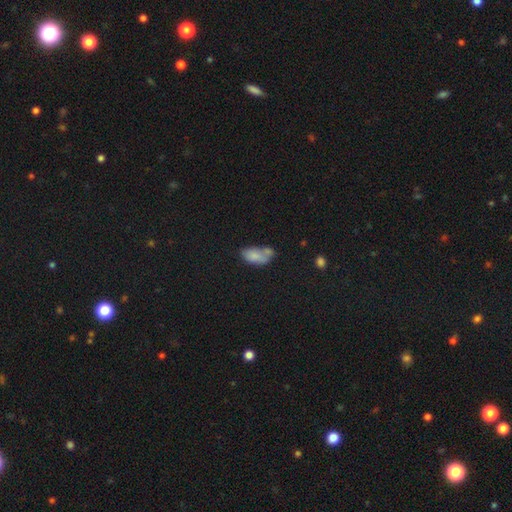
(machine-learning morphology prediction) smooth 75%, featured or disk 16%, star or artifact 9%. Down the decision tree: how rounded — in between (91%); merging — none (33%).